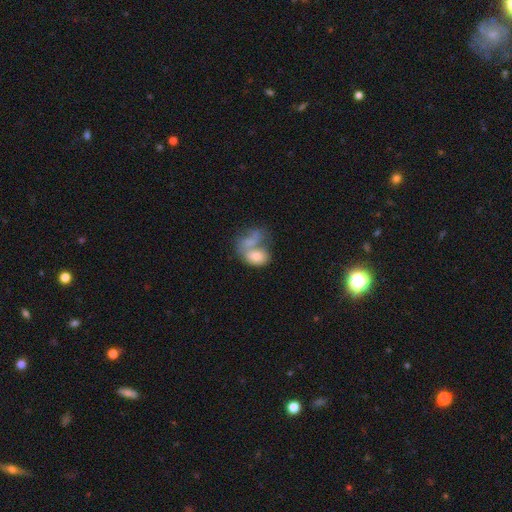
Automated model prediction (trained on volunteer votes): smooth_or_featured: smooth (p=0.73) [alt: featured or disk p=0.18]
how_rounded: in between (p=0.80) [alt: round p=0.19]
merging: merger (p=0.64) [alt: none p=0.18]